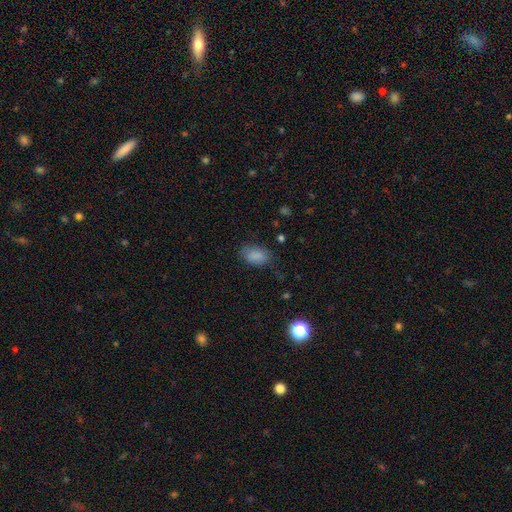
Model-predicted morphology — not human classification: smooth_or_featured: smooth (p=0.85) [alt: star or artifact p=0.09]
how_rounded: in between (p=0.88) [alt: round p=0.10]
merging: none (p=0.75) [alt: minor disturbance p=0.19]